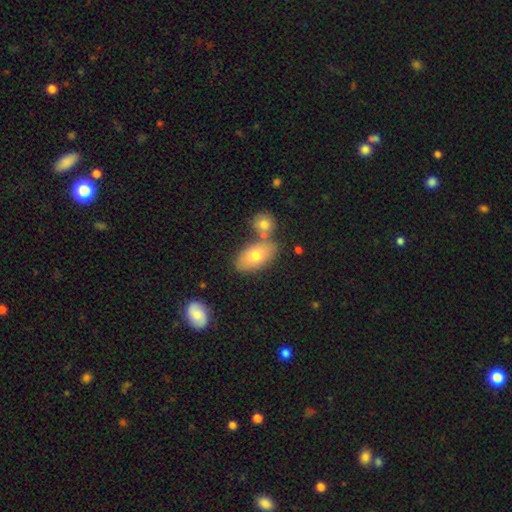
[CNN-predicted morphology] smooth_or_featured: smooth (p=0.72) [alt: featured or disk p=0.20]
how_rounded: in between (p=0.91) [alt: round p=0.06]
merging: none (p=0.63) [alt: merger p=0.21]